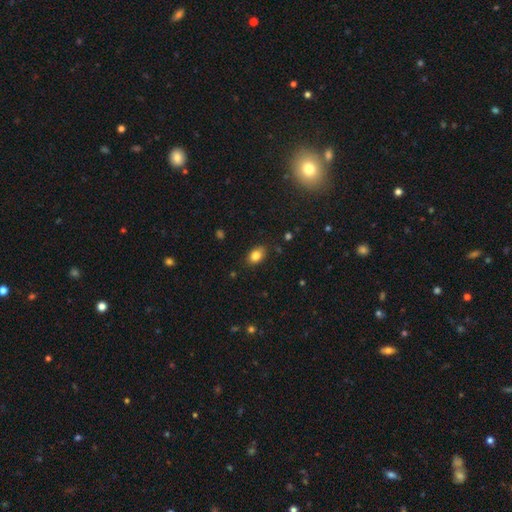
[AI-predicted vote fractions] Overall: smooth (84%). How rounded: in between (83%). Merging: none (83%).